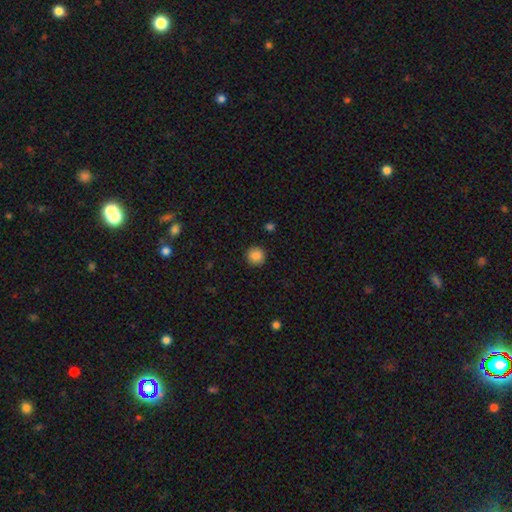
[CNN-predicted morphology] smooth_or_featured: smooth (p=0.86) [alt: star or artifact p=0.09]
how_rounded: round (p=0.94) [alt: in between p=0.05]
merging: none (p=0.92) [alt: minor disturbance p=0.05]